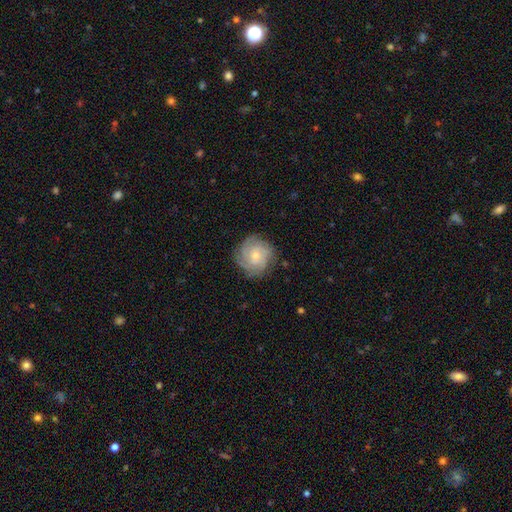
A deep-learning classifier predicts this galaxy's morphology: featured or disk 72%, smooth 20%, star or artifact 7%. Down the decision tree: edge-on disk — no (98%); bar — no (78%); spiral arms — yes (94%); spiral arm count — can't tell (28%); spiral winding — tight (68%); bulge size — small (65%); merging — none (80%).